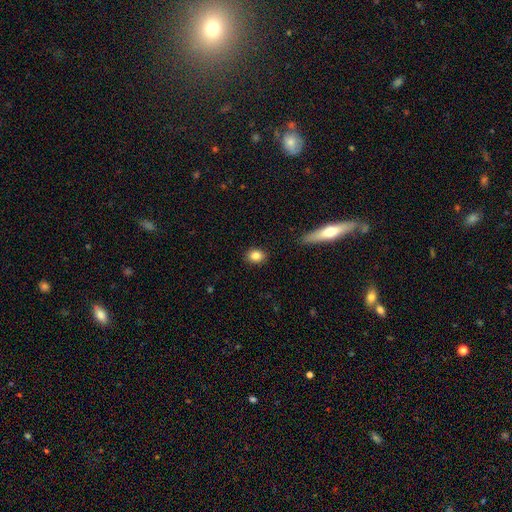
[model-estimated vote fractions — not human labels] Smooth or featured: smooth — 85% (star or artifact — 8%)
How rounded: in between — 55% (round — 43%)
Merging: none — 88% (minor disturbance — 8%)